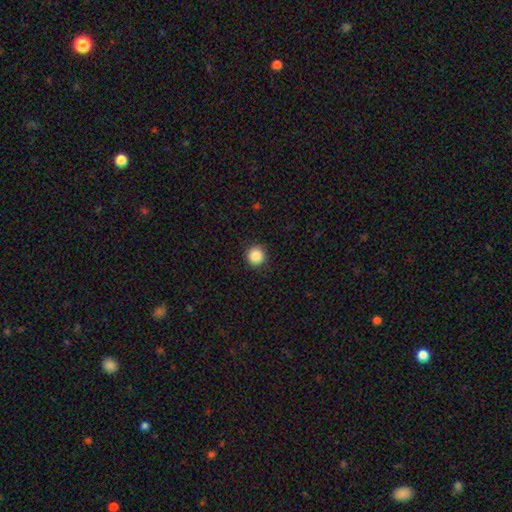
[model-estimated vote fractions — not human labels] Morphology: type=smooth (87%); roundness=round (94%); merging=none (91%).